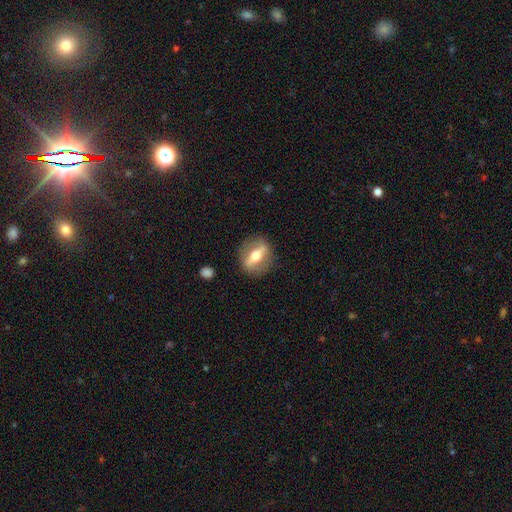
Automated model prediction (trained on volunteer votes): Smooth or featured: featured or disk — 65% (smooth — 29%)
Edge-on disk: yes — 52% (no — 48%)
Merging: none — 86% (minor disturbance — 9%)